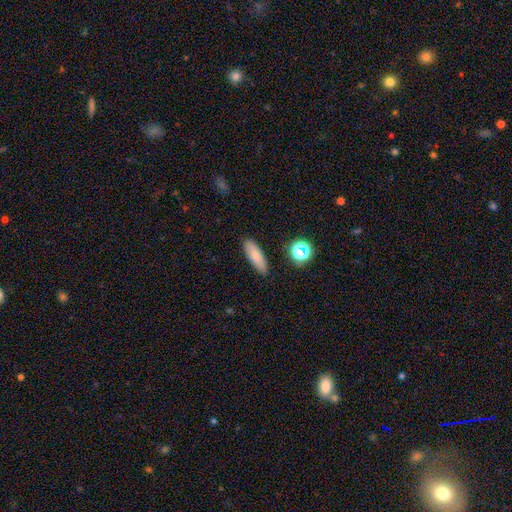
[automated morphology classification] This is likely a smooth galaxy (79%). How rounded: possibly cigar-shaped (50%). Merging: clearly none (87%).